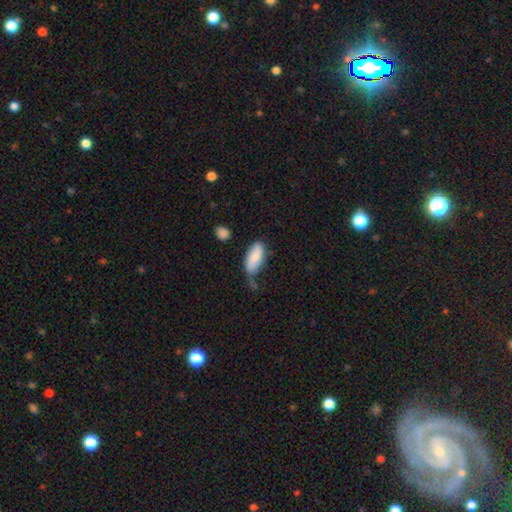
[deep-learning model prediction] Smooth or featured? smooth (80%)
How rounded? in between (87%)
Merging? none (45%)